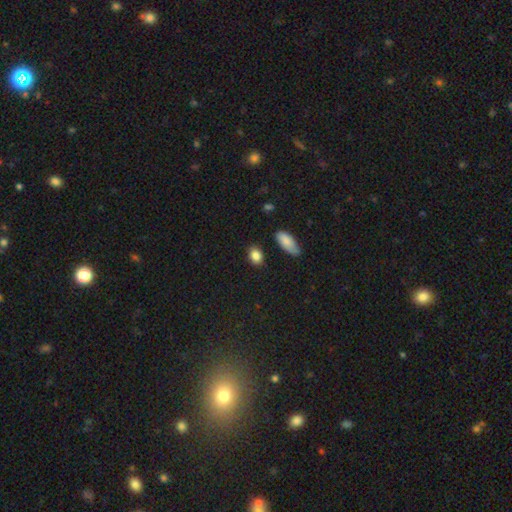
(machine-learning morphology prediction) smooth 86%, star or artifact 9%, featured or disk 5%. Down the decision tree: how rounded — in between (67%); merging — none (83%).